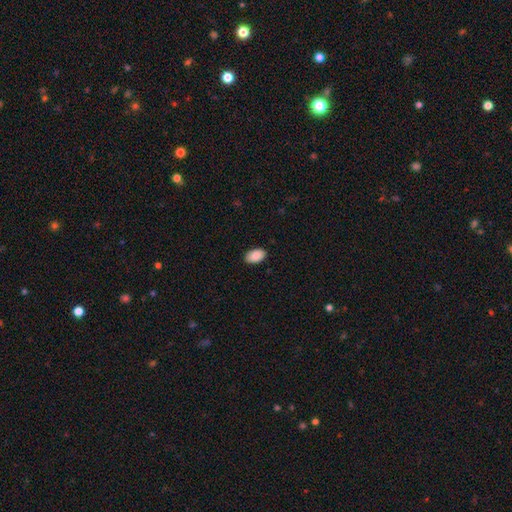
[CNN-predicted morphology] Smooth or featured: smooth — 89% (star or artifact — 7%)
How rounded: in between — 93% (round — 6%)
Merging: none — 89% (minor disturbance — 8%)